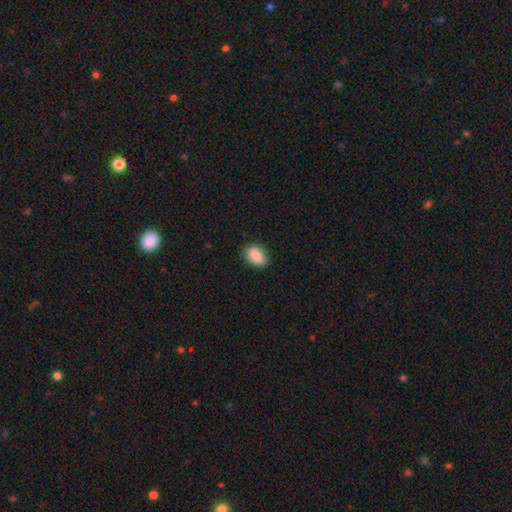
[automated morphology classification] A smooth galaxy with no disk features (89%) that is in between round and cigar-shaped (82%).

Vote fractions:
- Smooth or featured? smooth: 89% / star or artifact: 7% / featured or disk: 4%
- How rounded? in between: 82% / round: 17% / cigar-shaped: 1%
- Merging? none: 87% / minor disturbance: 10% / major disturbance: 2% / merger: 1%